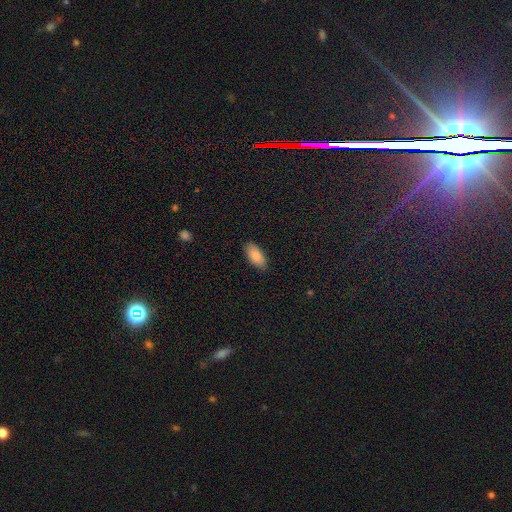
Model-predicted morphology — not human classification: smooth 84%, featured or disk 10%, star or artifact 7%. Down the decision tree: how rounded — in between (91%); merging — none (86%).